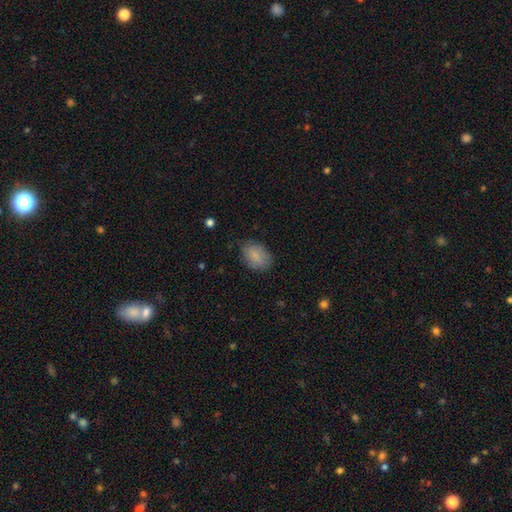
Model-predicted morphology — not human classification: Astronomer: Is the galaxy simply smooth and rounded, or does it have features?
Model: smooth — 85%.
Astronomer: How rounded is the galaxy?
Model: in between — 76%.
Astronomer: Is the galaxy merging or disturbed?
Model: none — 77%.